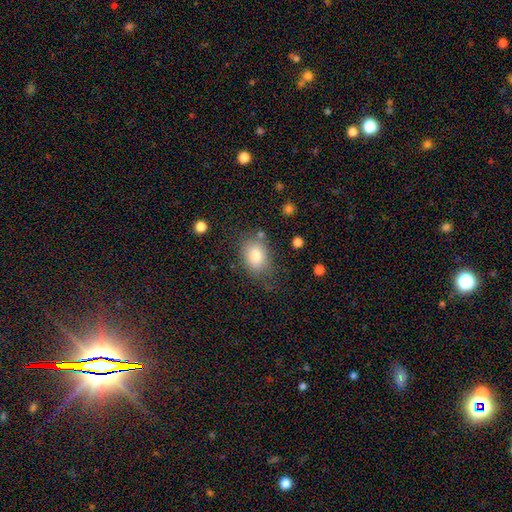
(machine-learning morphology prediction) Q: Smooth or featured?
A: smooth (79%); runner-up: featured or disk (12%)
Q: How rounded?
A: in between (71%); runner-up: round (28%)
Q: Merging?
A: none (66%); runner-up: minor disturbance (21%)